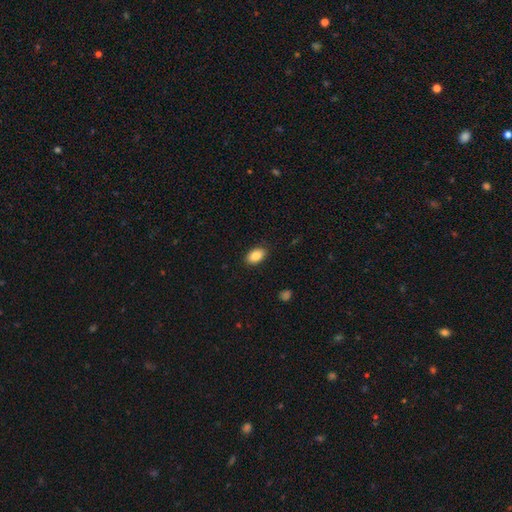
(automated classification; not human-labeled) Smooth or featured?
  - smooth: 87% *
  - star or artifact: 7%
  - featured or disk: 6%
How rounded?
  - in between: 92% *
  - round: 7%
  - cigar-shaped: 2%
Merging?
  - none: 89% *
  - minor disturbance: 8%
  - major disturbance: 2%
  - merger: 1%